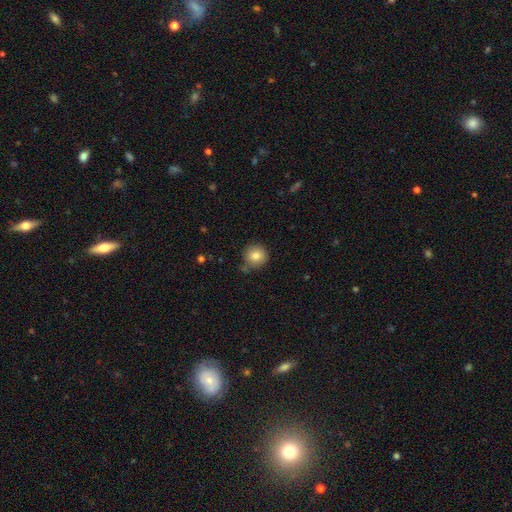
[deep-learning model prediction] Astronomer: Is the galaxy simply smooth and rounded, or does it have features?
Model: smooth — 83%.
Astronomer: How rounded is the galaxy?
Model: round — 90%.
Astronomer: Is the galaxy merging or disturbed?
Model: none — 75%.